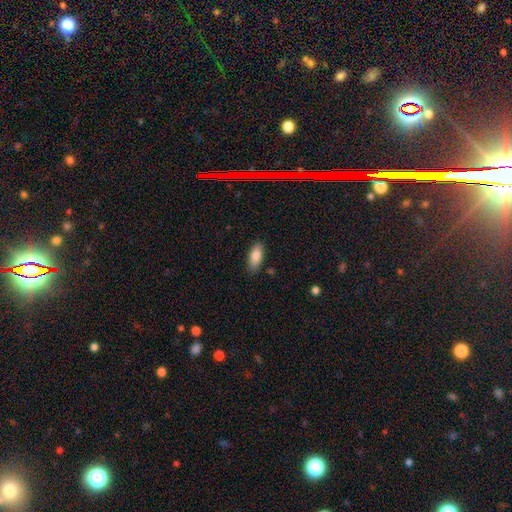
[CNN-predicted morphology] Smooth or featured?
  - smooth: 83% *
  - featured or disk: 9%
  - star or artifact: 7%
How rounded?
  - in between: 81% *
  - cigar-shaped: 17%
  - round: 2%
Merging?
  - none: 86% *
  - minor disturbance: 11%
  - major disturbance: 2%
  - merger: 1%